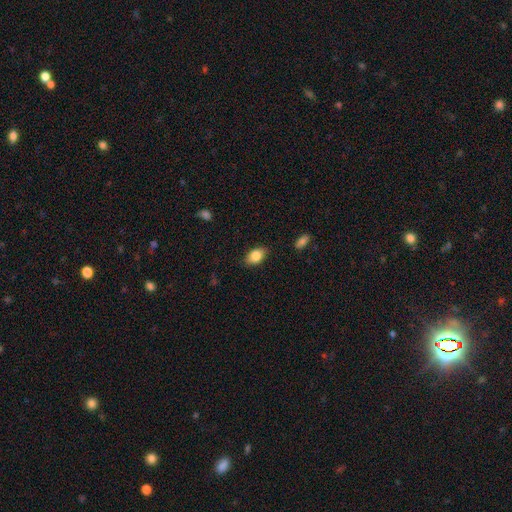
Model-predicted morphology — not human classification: Smooth or featured? smooth (84%)
How rounded? in between (86%)
Merging? none (84%)